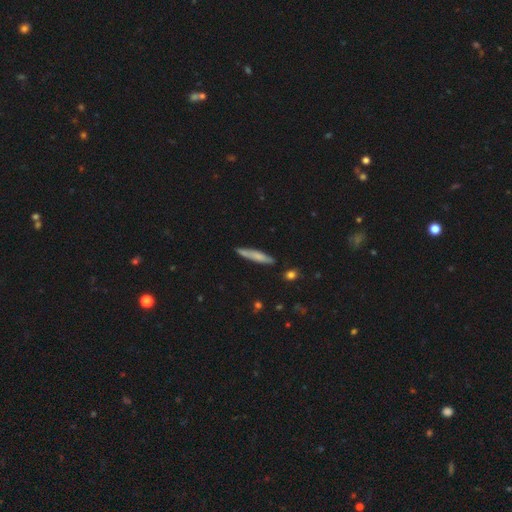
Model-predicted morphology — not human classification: Overall: smooth (66%; featured or disk 28%). How rounded: cigar-shaped (91%). Merging: none (83%).